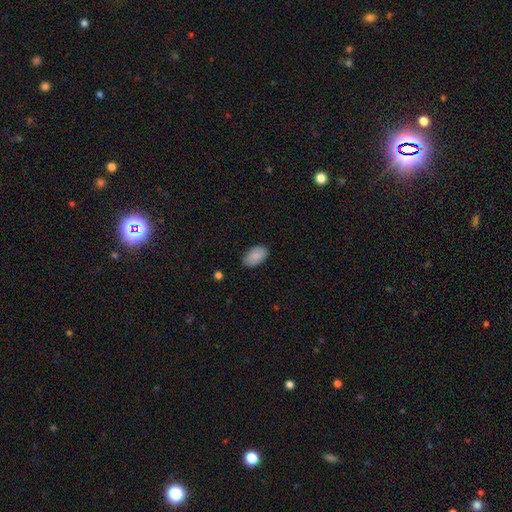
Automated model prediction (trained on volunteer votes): Smooth or featured?
  - smooth: 88% *
  - star or artifact: 7%
  - featured or disk: 6%
How rounded?
  - in between: 94% *
  - round: 5%
  - cigar-shaped: 1%
Merging?
  - none: 84% *
  - minor disturbance: 12%
  - major disturbance: 2%
  - merger: 1%